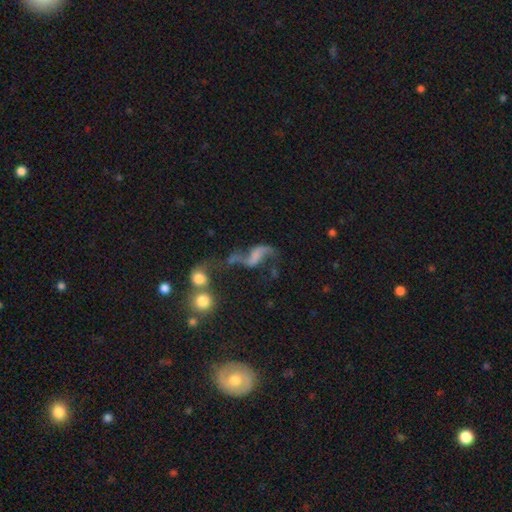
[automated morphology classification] Overall: featured or disk (75%). Edge-on disk: no (96%). Bar: no (45%; weak 36%). Spiral arms: yes (89%). Spiral arm count: 2 (90%). Spiral winding: loose (89%). Bulge size: none (61%). Merging: none (35%; merger 30%).